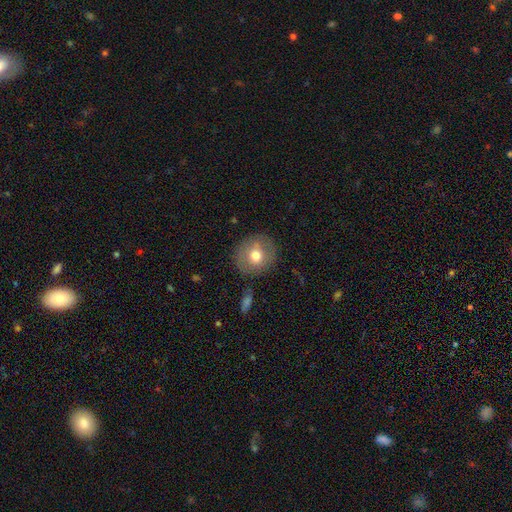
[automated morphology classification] Smooth or featured? smooth (67%)
How rounded? round (86%)
Merging? none (84%)